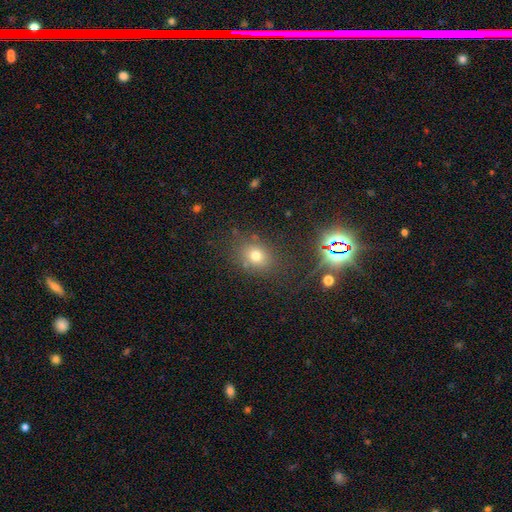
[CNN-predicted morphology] smooth-or-featured: smooth: 71% | star or artifact: 19% | featured or disk: 10%
  how-rounded: round: 53% | in between: 45% | cigar-shaped: 1%
  merging: none: 77% | minor disturbance: 12% | major disturbance: 6% | merger: 5%